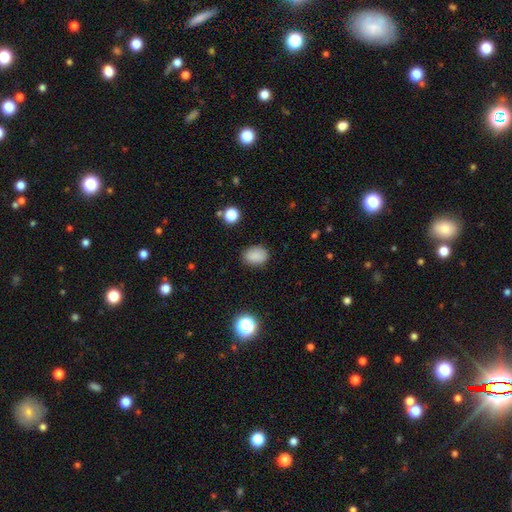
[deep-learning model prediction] A smooth galaxy with no disk features (86%) that is in between round and cigar-shaped (73%). Merging: none (85%).